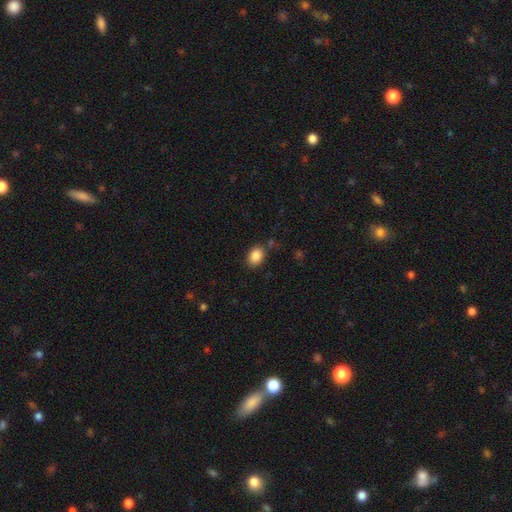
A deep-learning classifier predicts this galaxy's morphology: A smooth galaxy with no disk features (87%) that is in between round and cigar-shaped (65%). Merging: none (81%).